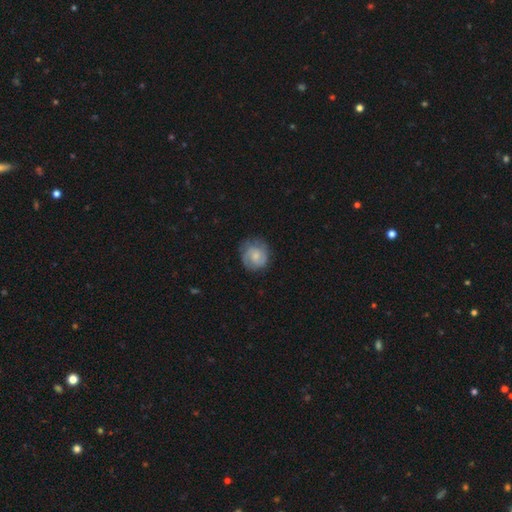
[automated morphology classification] The model was most divided on "bulge size": small: 44%, moderate: 39%, none: 11%, large: 5%, dominant: 1%. More confident: edge-on disk — no (98%); spiral arms — yes (87%); merging — none (74%); bar — no (66%); smooth or featured — featured or disk (53%).